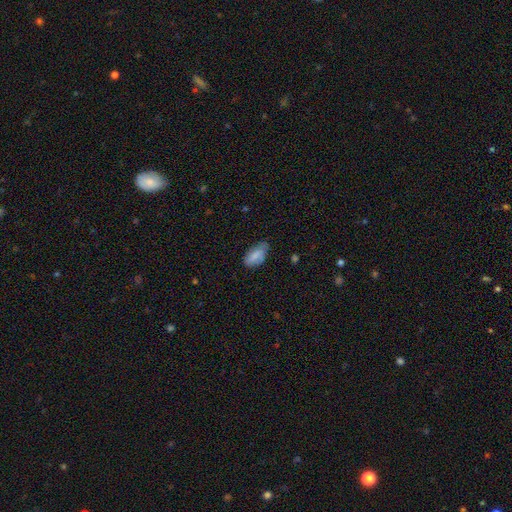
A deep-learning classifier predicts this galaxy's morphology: This is likely a smooth galaxy (79%). How rounded: clearly in between (92%). Merging: possibly none (54%).